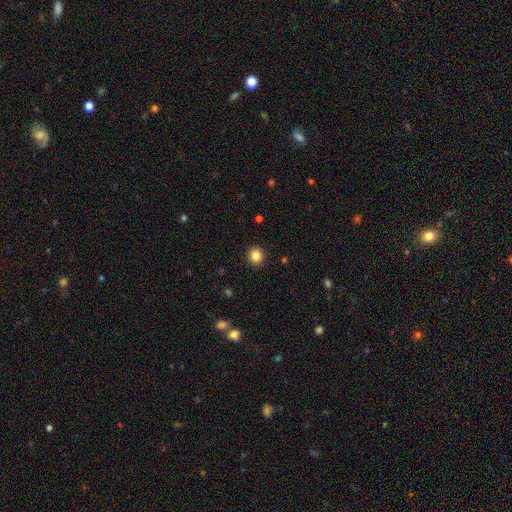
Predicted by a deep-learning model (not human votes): A smooth galaxy with no disk features (85%) that is round (87%). Merging: none (92%).